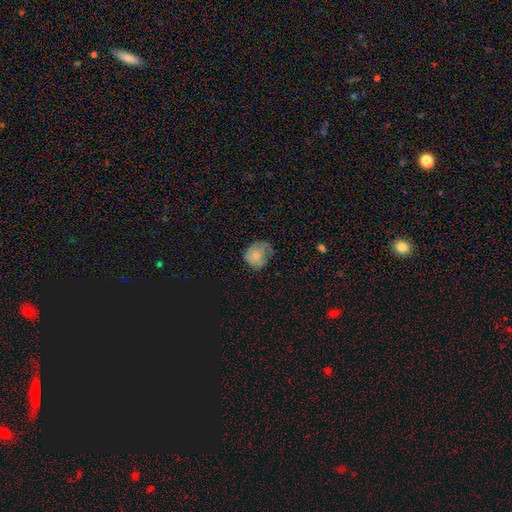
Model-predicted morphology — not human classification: This is likely a smooth galaxy (63%). How rounded: likely round (67%). Merging: possibly none (53%).